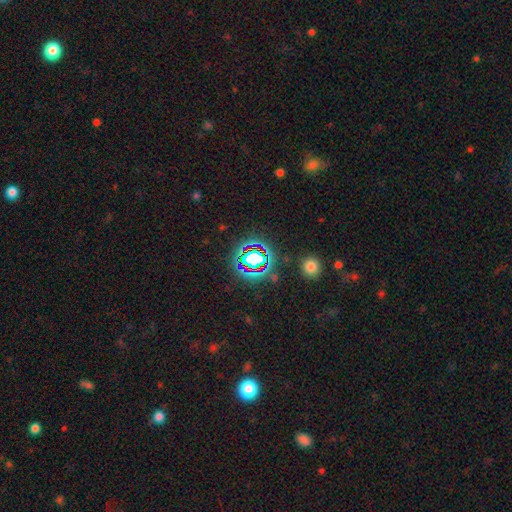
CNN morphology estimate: Smooth or featured? star or artifact (74%)